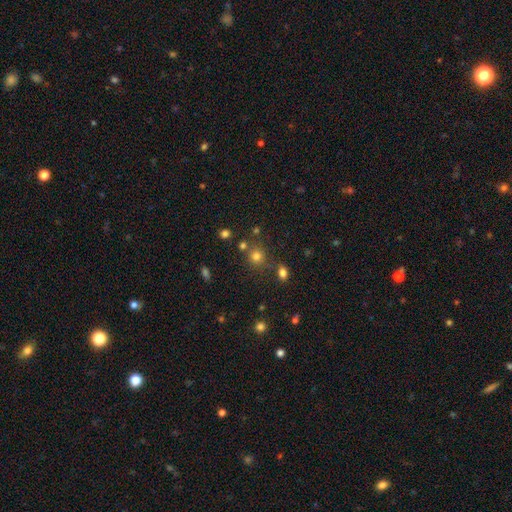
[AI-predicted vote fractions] Morphology: type=smooth (72%); roundness=round (88%); merging=none (73%).